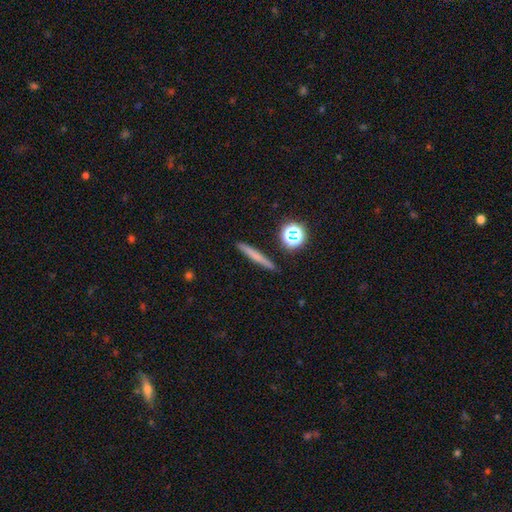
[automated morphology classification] smooth-or-featured: smooth: 60% | featured or disk: 29% | star or artifact: 11%
  how-rounded: cigar-shaped: 91% | round: 4% | in between: 4%
  merging: none: 90% | minor disturbance: 6% | merger: 2% | major disturbance: 2%